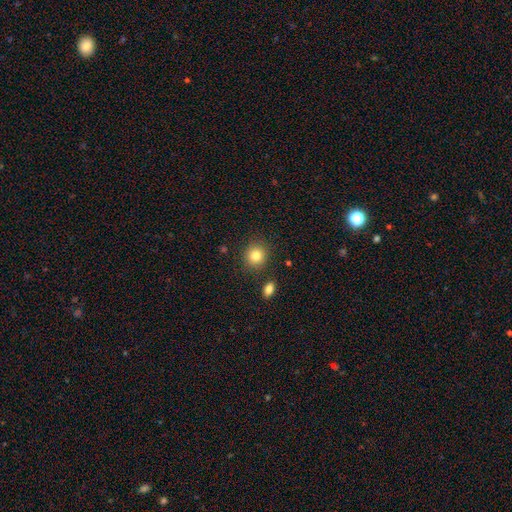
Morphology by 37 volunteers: Smooth or featured? 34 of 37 (92%) said smooth. How rounded? 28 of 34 (82%) said round. Merging? 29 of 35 (83%) said none.